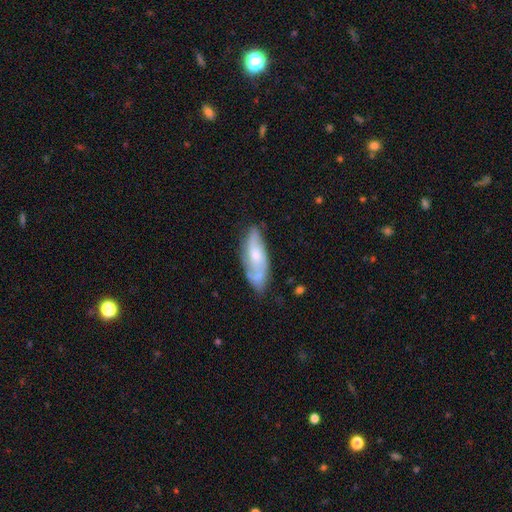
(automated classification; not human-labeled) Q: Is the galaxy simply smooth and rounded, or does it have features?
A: featured or disk — 58%.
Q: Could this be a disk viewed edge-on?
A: no — 81%.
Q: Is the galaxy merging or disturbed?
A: none — 66%.